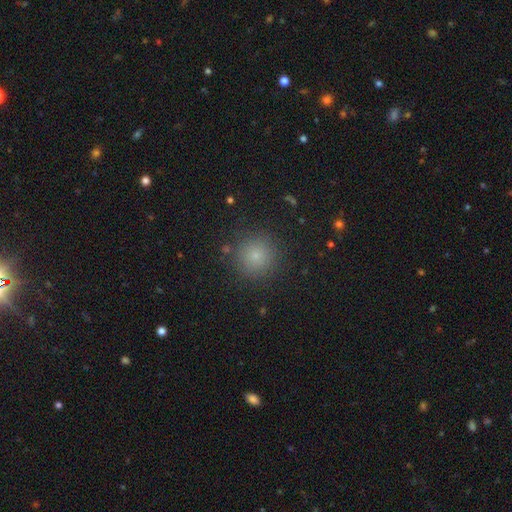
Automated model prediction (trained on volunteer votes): Smooth or featured?
  - smooth: 77% *
  - star or artifact: 16%
  - featured or disk: 7%
How rounded?
  - round: 95% *
  - in between: 4%
  - cigar-shaped: 1%
Merging?
  - none: 89% *
  - minor disturbance: 7%
  - major disturbance: 3%
  - merger: 2%